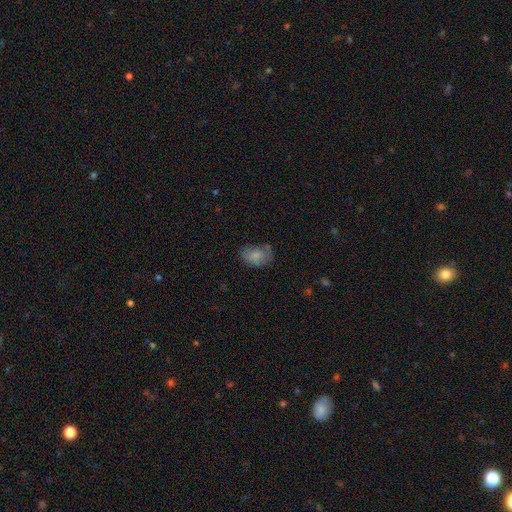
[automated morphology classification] Smooth or featured?
  - smooth: 75% *
  - featured or disk: 16%
  - star or artifact: 8%
How rounded?
  - in between: 82% *
  - round: 17%
  - cigar-shaped: 1%
Merging?
  - none: 55% *
  - minor disturbance: 31%
  - major disturbance: 11%
  - merger: 3%